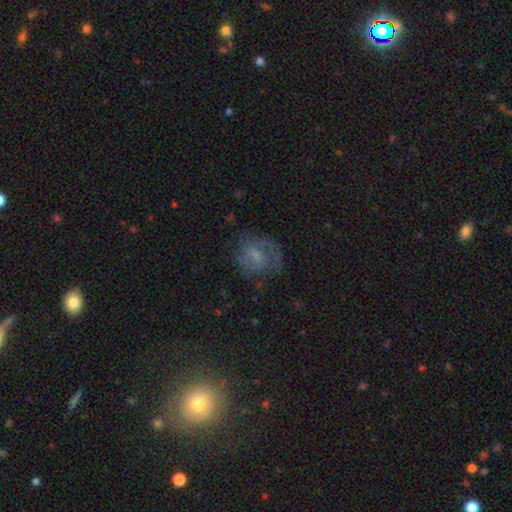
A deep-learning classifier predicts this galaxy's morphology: Overall: featured or disk (53%; smooth 34%). Edge-on disk: no (97%). Bar: weak (48%; no 40%). Spiral arms: yes (69%; no 31%). Bulge size: small (38%; moderate 30%). Merging: none (56%; major disturbance 21%).